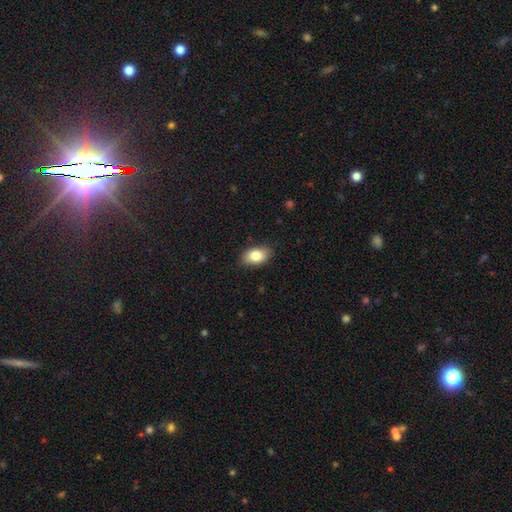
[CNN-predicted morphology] This is clearly a smooth galaxy (82%). How rounded: clearly in between (89%). Merging: clearly none (86%).